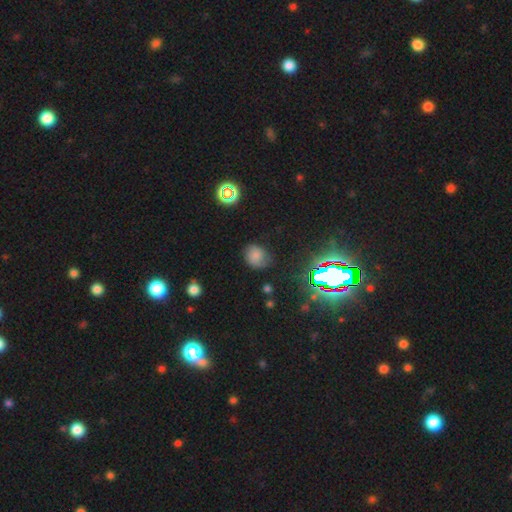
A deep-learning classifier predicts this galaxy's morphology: Smooth or featured: smooth — 68% (star or artifact — 19%)
How rounded: round — 61% (in between — 38%)
Merging: none — 65% (minor disturbance — 25%)